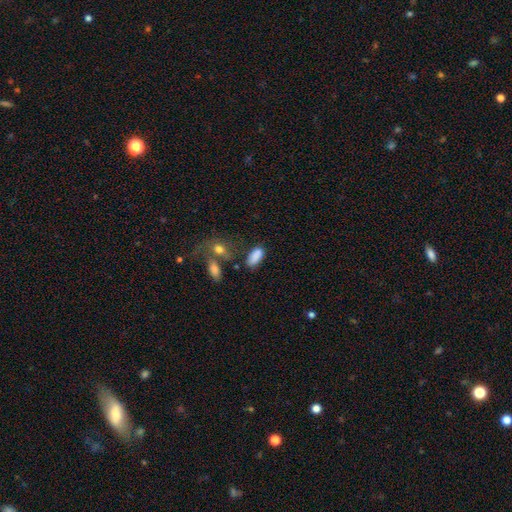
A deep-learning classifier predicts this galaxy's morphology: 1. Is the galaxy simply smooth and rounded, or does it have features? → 85% smooth, 9% star or artifact, 6% featured or disk.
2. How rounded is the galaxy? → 87% in between, 10% cigar-shaped, 3% round.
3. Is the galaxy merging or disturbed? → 62% none, 18% minor disturbance, 12% merger, 8% major disturbance.